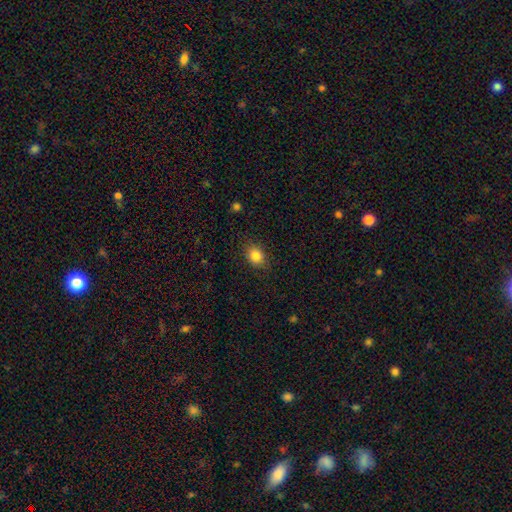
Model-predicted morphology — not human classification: Q: Smooth or featured?
A: smooth (84%); runner-up: star or artifact (10%)
Q: How rounded?
A: in between (52%); runner-up: round (47%)
Q: Merging?
A: none (85%); runner-up: minor disturbance (12%)